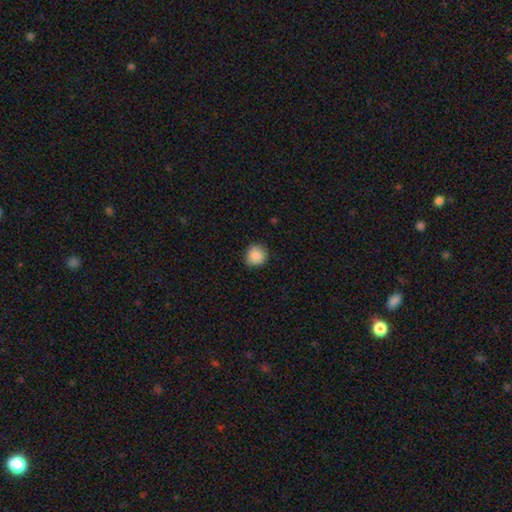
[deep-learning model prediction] Smooth or featured? Predicted: smooth (p=0.89). How rounded? Predicted: round (p=0.91). Merging? Predicted: none (p=0.88).